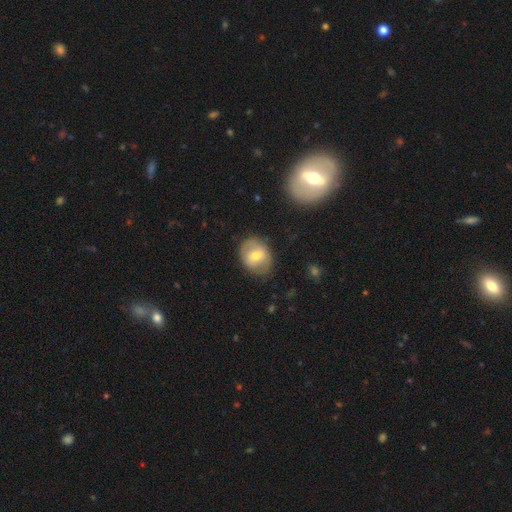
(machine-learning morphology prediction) A smooth galaxy with no disk features (55%) that is in between round and cigar-shaped (51%). Merging: none (76%).